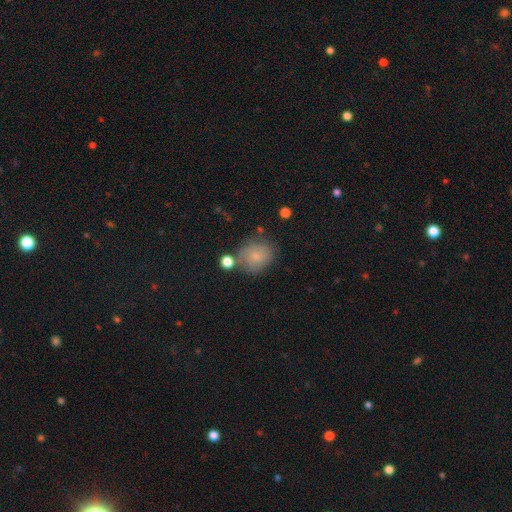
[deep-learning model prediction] Smooth or featured?
  - smooth: 73% *
  - featured or disk: 17%
  - star or artifact: 10%
How rounded?
  - round: 67% *
  - in between: 32%
  - cigar-shaped: 1%
Merging?
  - none: 60% *
  - minor disturbance: 22%
  - merger: 11%
  - major disturbance: 8%